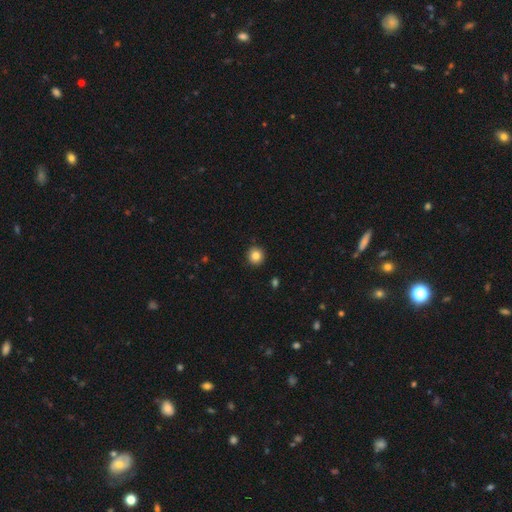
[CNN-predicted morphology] This appears to be a smooth galaxy with no disk features (84%) that is round (94%). Merging: none (92%).